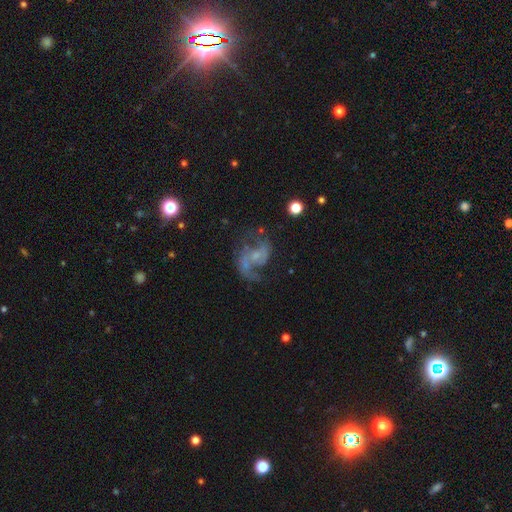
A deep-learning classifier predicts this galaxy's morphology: smooth_or_featured: featured or disk (p=0.76) [alt: smooth p=0.14]
disk_edge_on: no (p=0.98) [alt: yes p=0.02]
bar: no (p=0.63) [alt: weak p=0.31]
has_spiral_arms: yes (p=0.84) [alt: no p=0.16]
spiral_winding: loose (p=0.50) [alt: medium p=0.39]
spiral_arm_count: 2 (p=0.63) [alt: 1 p=0.24]
bulge_size: small (p=0.48) [alt: none p=0.31]
merging: none (p=0.42) [alt: major disturbance p=0.32]